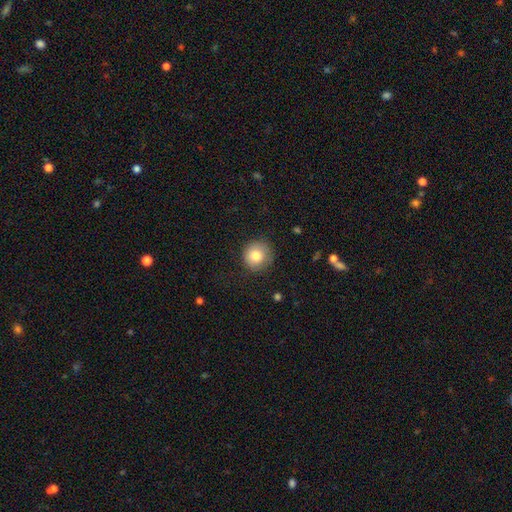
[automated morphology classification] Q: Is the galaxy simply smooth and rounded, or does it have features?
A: smooth — 80%.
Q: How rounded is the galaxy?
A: round — 93%.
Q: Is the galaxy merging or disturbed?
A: none — 83%.